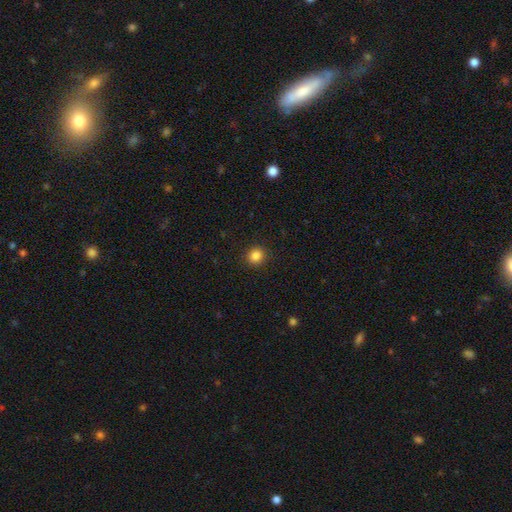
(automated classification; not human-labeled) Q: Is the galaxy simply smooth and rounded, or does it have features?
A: smooth — 85%.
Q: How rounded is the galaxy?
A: round — 89%.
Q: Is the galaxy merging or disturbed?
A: none — 92%.